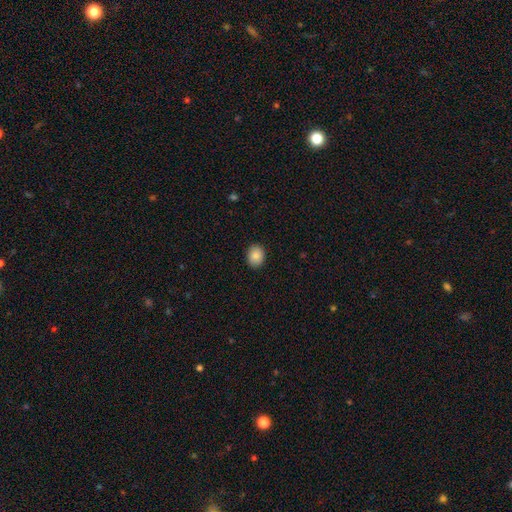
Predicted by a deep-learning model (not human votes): This is clearly a smooth galaxy (87%). How rounded: possibly in between (55%). Merging: clearly none (90%).